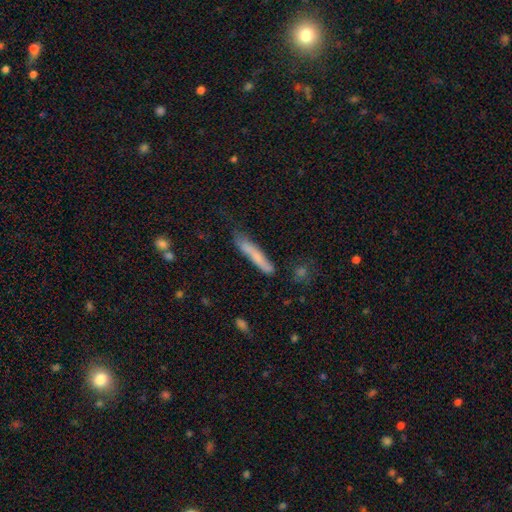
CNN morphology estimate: Smooth or featured: smooth — 69% (featured or disk — 24%)
How rounded: cigar-shaped — 93% (in between — 5%)
Merging: none — 65% (minor disturbance — 25%)